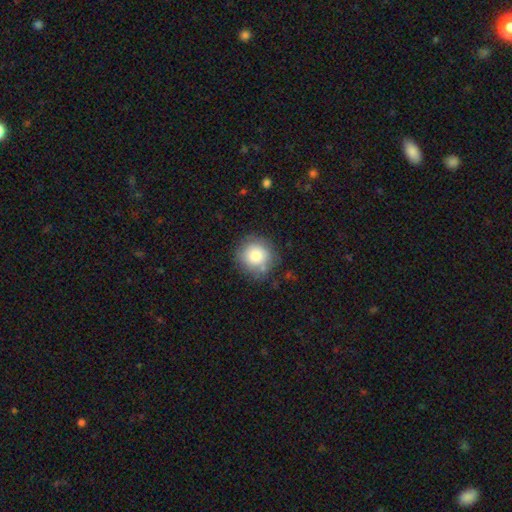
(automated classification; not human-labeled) Smooth or featured: smooth — 79% (featured or disk — 12%)
How rounded: round — 91% (in between — 8%)
Merging: none — 78% (minor disturbance — 15%)